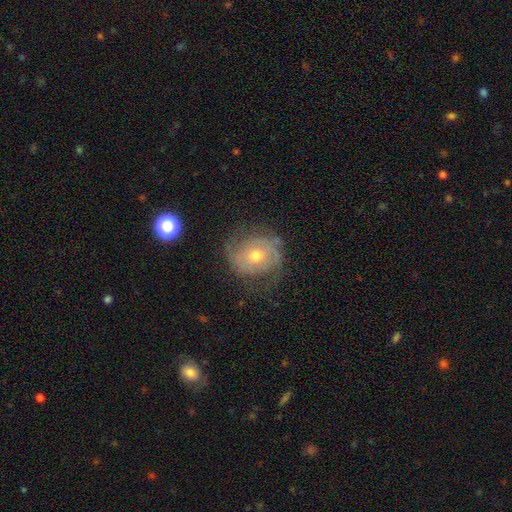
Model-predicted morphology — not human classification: Smooth or featured?
  - featured or disk: 68% *
  - smooth: 22%
  - star or artifact: 9%
Edge-on disk?
  - no: 96% *
  - yes: 4%
Bar?
  - no: 72% *
  - weak: 22%
  - strong: 6%
Spiral arms?
  - yes: 82% *
  - no: 18%
Spiral winding?
  - tight: 49% *
  - medium: 35%
  - loose: 16%
Spiral arm count?
  - 2: 56% *
  - can't tell: 26%
  - 3: 7%
  - 1: 5%
  - 4: 3%
  - more than 4: 2%
Bulge size?
  - moderate: 67% *
  - small: 28%
  - large: 3%
  - none: 1%
  - dominant: 1%
Merging?
  - none: 64% *
  - minor disturbance: 21%
  - major disturbance: 13%
  - merger: 2%